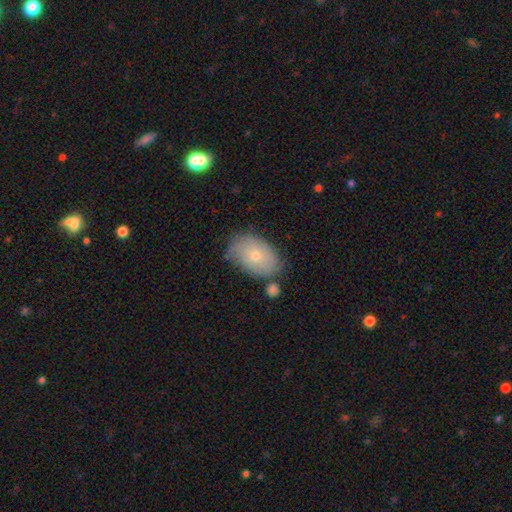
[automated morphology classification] A smooth galaxy with no disk features (62%) that is in between round and cigar-shaped (86%).

Vote fractions:
- Smooth or featured? smooth: 62% / featured or disk: 29% / star or artifact: 9%
- How rounded? in between: 86% / round: 13% / cigar-shaped: 1%
- Merging? none: 66% / minor disturbance: 23% / major disturbance: 6% / merger: 5%